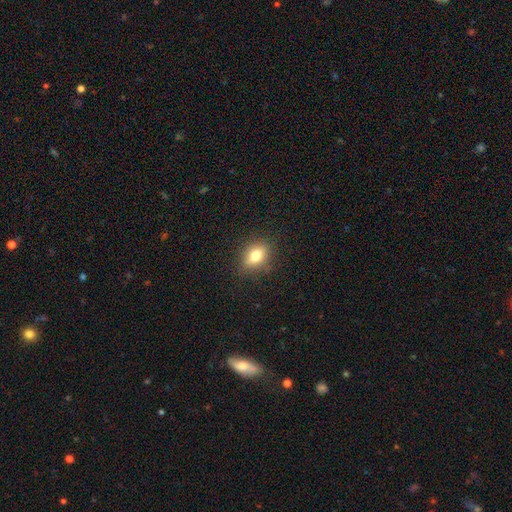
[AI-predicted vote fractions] Smooth or featured?
  - smooth: 76% *
  - featured or disk: 14%
  - star or artifact: 10%
How rounded?
  - in between: 68% *
  - round: 29%
  - cigar-shaped: 3%
Merging?
  - none: 85% *
  - minor disturbance: 11%
  - major disturbance: 3%
  - merger: 1%